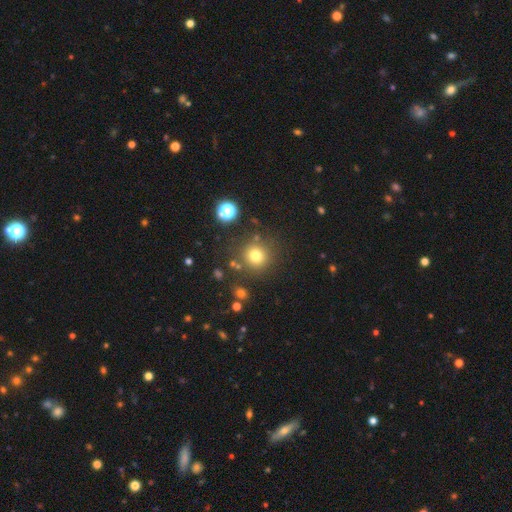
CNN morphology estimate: The model was most divided on "smooth or featured": smooth: 77%, star or artifact: 16%, featured or disk: 7%. More confident: how rounded — round (93%); merging — none (83%).